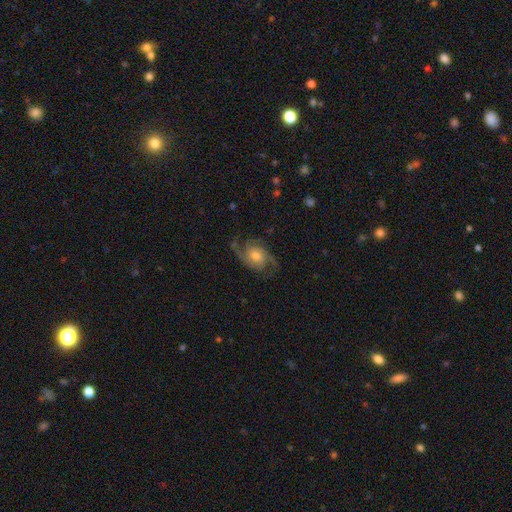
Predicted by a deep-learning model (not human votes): The model was most divided on "spiral winding": medium: 50%, tight: 31%, loose: 19%. More confident: spiral arms — yes (97%); edge-on disk — no (97%); smooth or featured — featured or disk (87%); merging — none (74%); bulge size — moderate (66%); spiral arm count — 2 (63%); bar — no (62%).